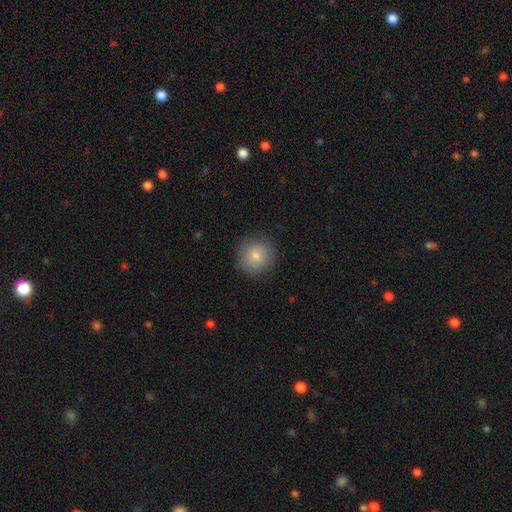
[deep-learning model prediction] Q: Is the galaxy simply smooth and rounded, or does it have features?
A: smooth — 82%.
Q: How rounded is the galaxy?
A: round — 93%.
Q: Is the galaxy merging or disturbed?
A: none — 87%.